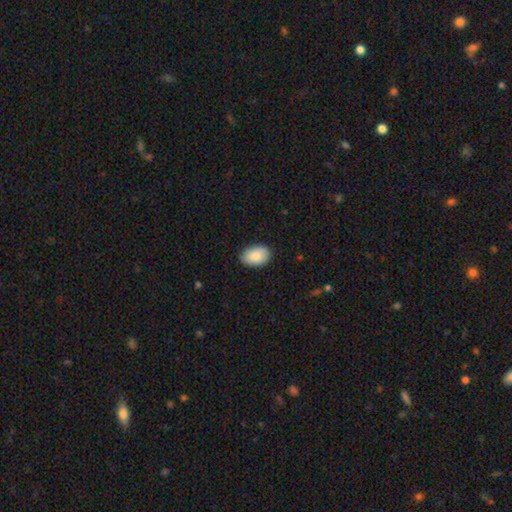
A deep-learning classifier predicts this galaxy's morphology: Smooth or featured: smooth — 87% (featured or disk — 7%)
How rounded: in between — 88% (round — 10%)
Merging: none — 86% (minor disturbance — 11%)